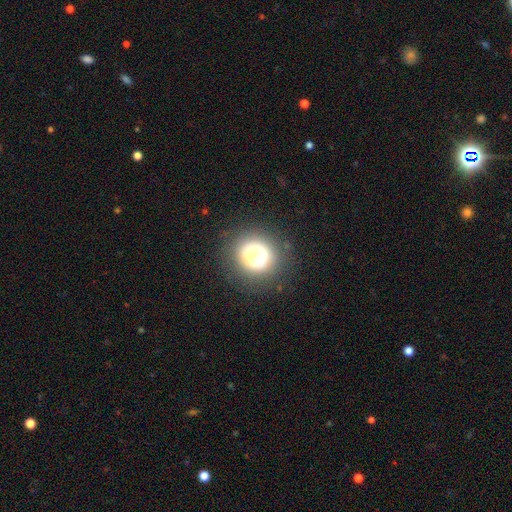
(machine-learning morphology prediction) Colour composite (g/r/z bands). It shows a smooth galaxy with no disk features (62%) that is round (84%). Merging: none (79%).